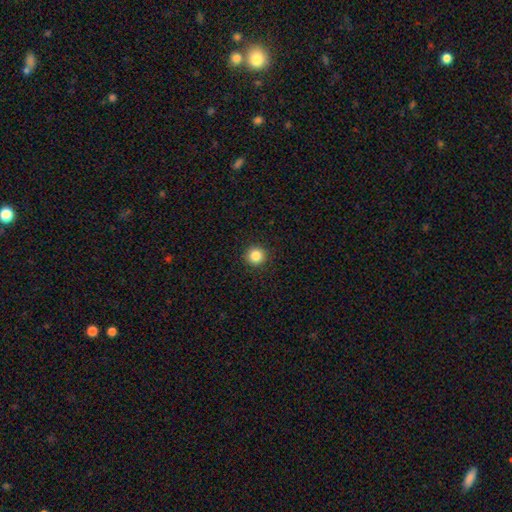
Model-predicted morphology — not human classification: This is clearly a smooth galaxy (85%). How rounded: clearly round (95%). Merging: clearly none (93%).